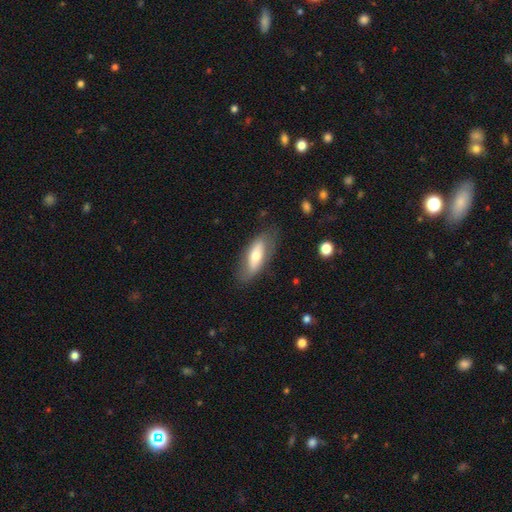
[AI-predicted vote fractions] This appears to be a smooth galaxy with no disk features (57%) that is in between round and cigar-shaped (69%). Merging: none (72%).